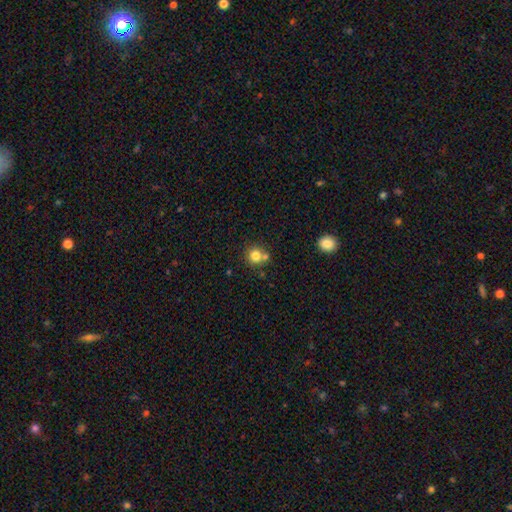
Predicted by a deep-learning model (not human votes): This appears to be a smooth galaxy with no disk features (79%) that is round (90%). Merging: none (62%).